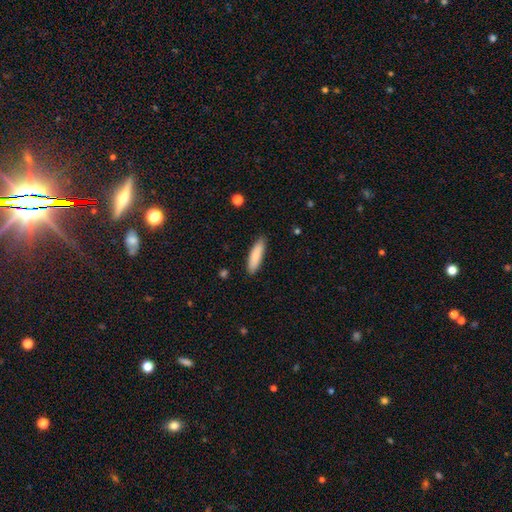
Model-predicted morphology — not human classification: Q: Smooth or featured?
A: smooth (87%); runner-up: featured or disk (8%)
Q: How rounded?
A: cigar-shaped (63%); runner-up: in between (36%)
Q: Merging?
A: none (88%); runner-up: minor disturbance (9%)